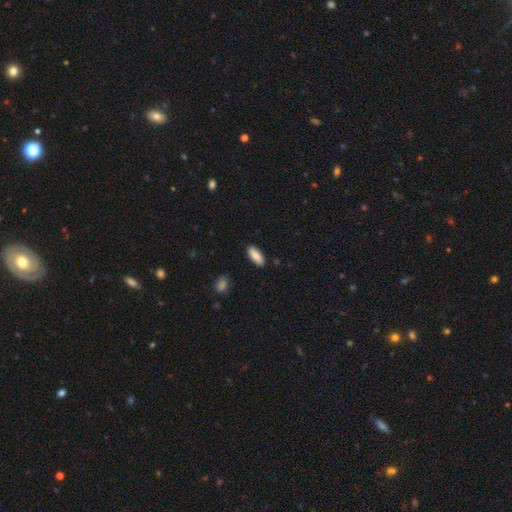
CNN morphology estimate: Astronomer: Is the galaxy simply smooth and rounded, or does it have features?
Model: smooth — 83%.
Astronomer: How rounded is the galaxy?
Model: in between — 73%.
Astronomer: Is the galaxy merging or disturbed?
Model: none — 88%.